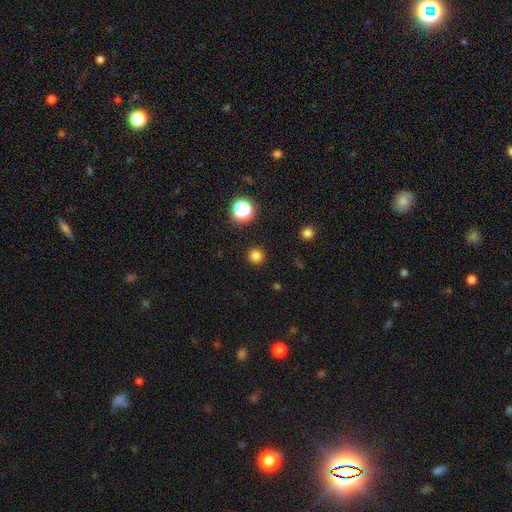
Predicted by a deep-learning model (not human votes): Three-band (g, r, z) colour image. It shows a smooth galaxy with no disk features (81%) that is round (95%). Merging: none (92%).